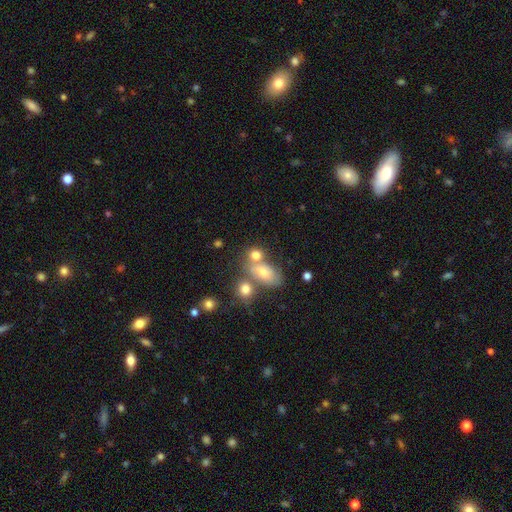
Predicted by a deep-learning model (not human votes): A smooth galaxy with no disk features (71%) that is in between round and cigar-shaped (60%). Merging: none (41%).